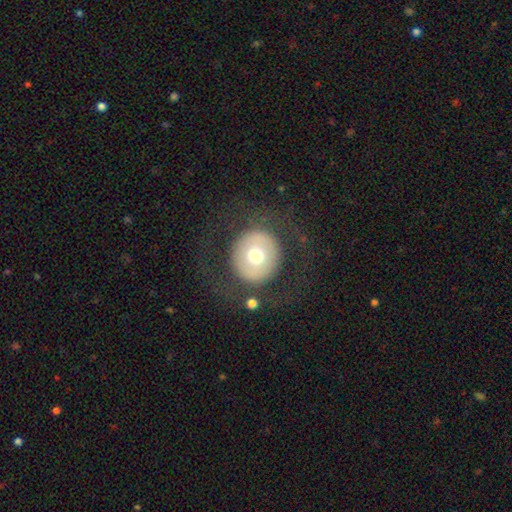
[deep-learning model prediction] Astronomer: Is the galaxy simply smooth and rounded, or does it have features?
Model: smooth — 54% (runner-up: featured or disk, 38%).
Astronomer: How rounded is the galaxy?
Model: round — 90%.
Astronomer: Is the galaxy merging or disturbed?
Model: none — 81%.